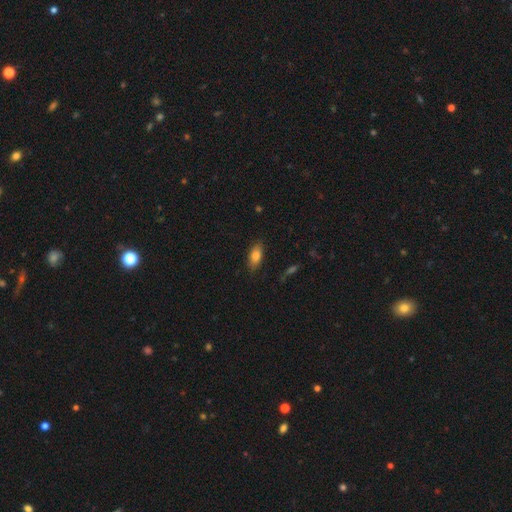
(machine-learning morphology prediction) Overall: smooth (80%). How rounded: in between (86%). Merging: none (83%).